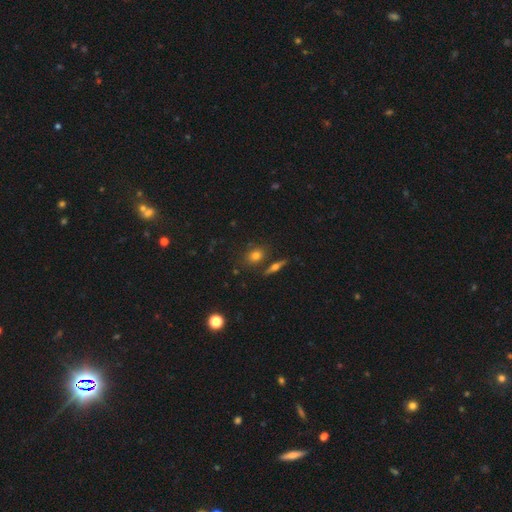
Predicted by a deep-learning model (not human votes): Morphology: type=smooth (71%); roundness=in between (52%); merging=none (75%).